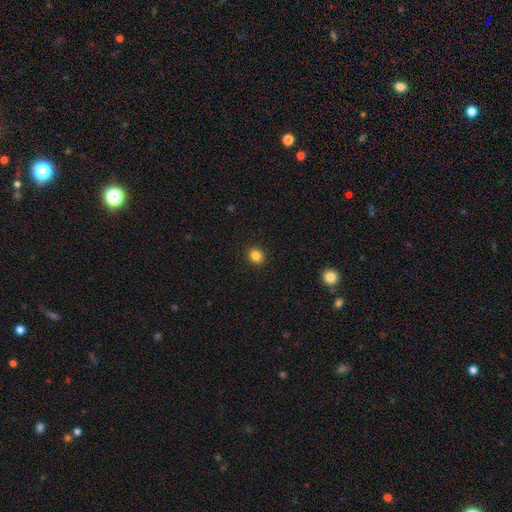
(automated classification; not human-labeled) smooth-or-featured: smooth: 84% | star or artifact: 11% | featured or disk: 4%
  how-rounded: round: 76% | in between: 23% | cigar-shaped: 1%
  merging: none: 92% | minor disturbance: 5% | major disturbance: 2% | merger: 1%